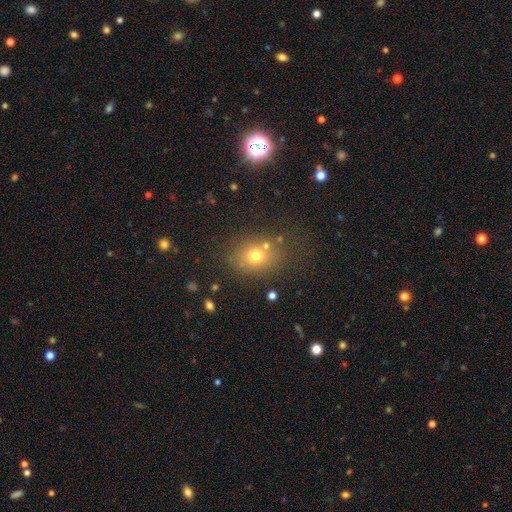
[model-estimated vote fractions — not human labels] Smooth or featured? Predicted: smooth (p=0.70). How rounded? Predicted: round (p=0.52). Merging? Predicted: none (p=0.71).